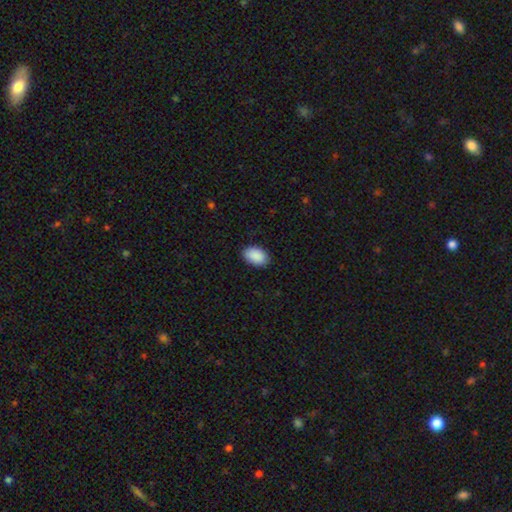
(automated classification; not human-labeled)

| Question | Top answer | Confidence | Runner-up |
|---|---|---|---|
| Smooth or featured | smooth | 91% | star or artifact (6%) |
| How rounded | in between | 91% | round (8%) |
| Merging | none | 86% | minor disturbance (11%) |